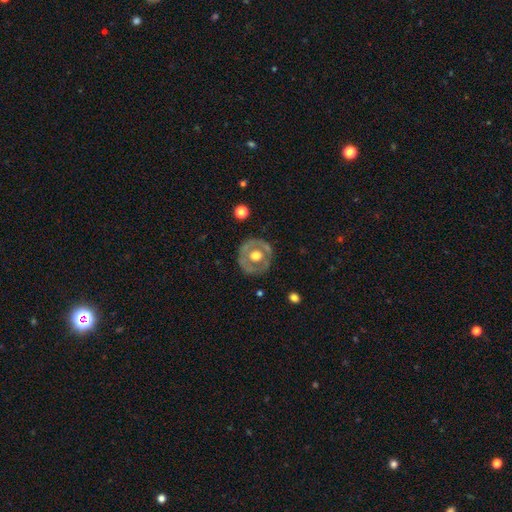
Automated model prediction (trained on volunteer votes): Smooth or featured? Predicted: featured or disk (p=0.58). Edge-on disk? Predicted: no (p=0.95). Bar? Predicted: no (p=0.85). Spiral arms? Predicted: no (p=0.83). Bulge size? Predicted: moderate (p=0.62). Merging? Predicted: none (p=0.78).